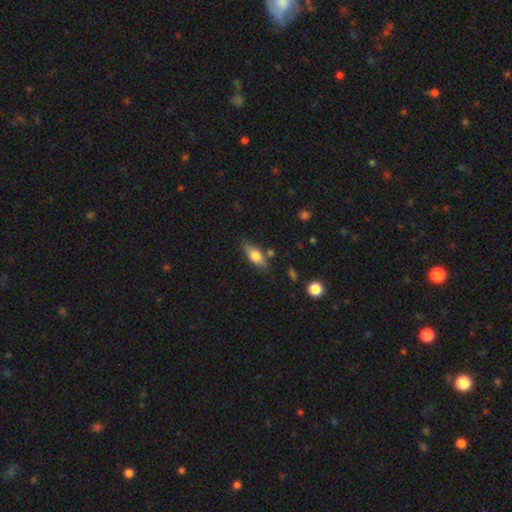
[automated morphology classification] Smooth or featured: smooth — 72% (featured or disk — 22%)
How rounded: in between — 78% (cigar-shaped — 19%)
Merging: none — 73% (minor disturbance — 18%)